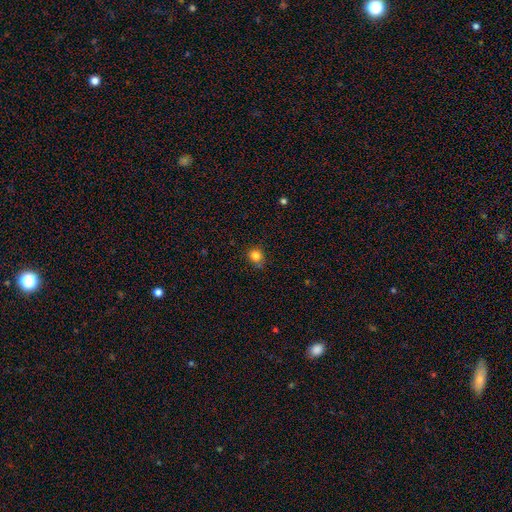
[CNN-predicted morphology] The model was most divided on "merging": none: 74%, minor disturbance: 20%, major disturbance: 4%, merger: 2%. More confident: smooth or featured — smooth (83%); how rounded — round (80%).